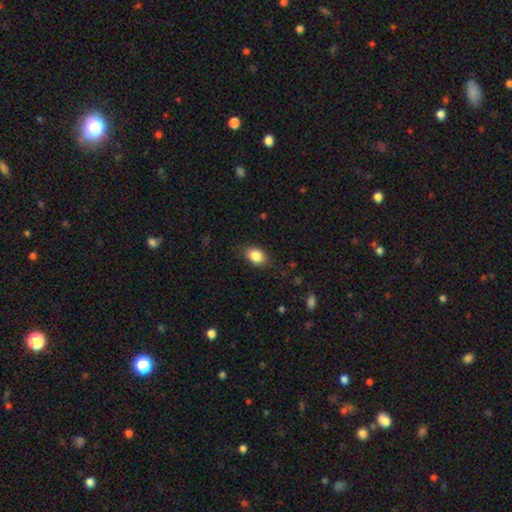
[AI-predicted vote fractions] A smooth galaxy with no disk features (86%) that is in between round and cigar-shaped (79%).

Vote fractions:
- Smooth or featured? smooth: 86% / star or artifact: 8% / featured or disk: 6%
- How rounded? in between: 79% / round: 20% / cigar-shaped: 1%
- Merging? none: 82% / minor disturbance: 13% / major disturbance: 3% / merger: 1%